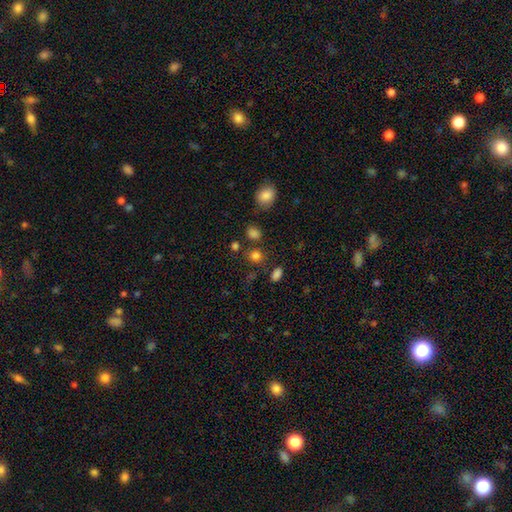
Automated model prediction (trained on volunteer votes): smooth_or_featured: smooth (p=0.79) [alt: star or artifact p=0.16]
how_rounded: round (p=0.74) [alt: in between p=0.25]
merging: none (p=0.75) [alt: minor disturbance p=0.11]